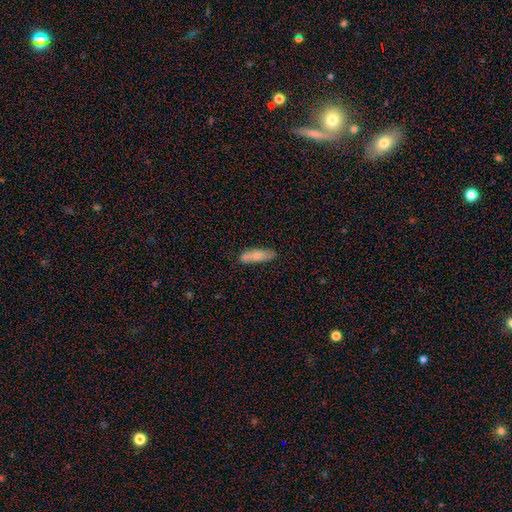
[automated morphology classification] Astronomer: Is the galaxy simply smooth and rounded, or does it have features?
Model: smooth — 73%.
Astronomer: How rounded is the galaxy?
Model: cigar-shaped — 59% (runner-up: in between, 39%).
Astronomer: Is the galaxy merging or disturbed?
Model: none — 76%.